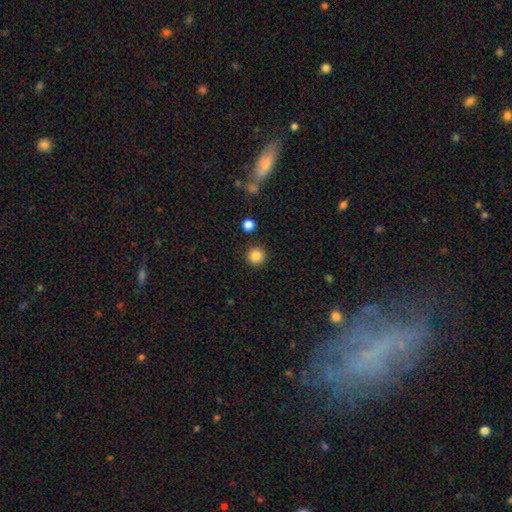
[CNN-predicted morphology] Overall: smooth (86%). How rounded: round (95%). Merging: none (91%).